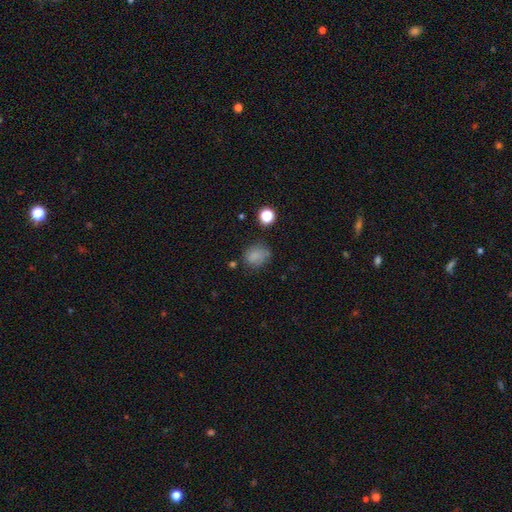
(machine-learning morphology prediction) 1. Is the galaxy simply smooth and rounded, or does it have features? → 78% smooth, 14% star or artifact, 8% featured or disk.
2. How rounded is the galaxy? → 59% round, 40% in between, 1% cigar-shaped.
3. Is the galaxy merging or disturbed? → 66% none, 23% minor disturbance, 7% major disturbance, 4% merger.